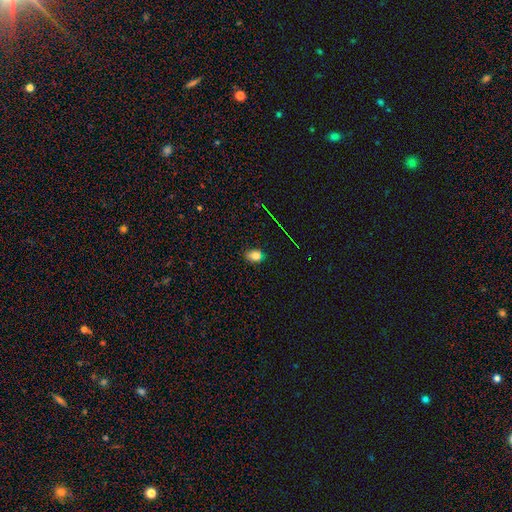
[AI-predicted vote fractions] This is likely a smooth galaxy (76%). How rounded: likely in between (76%). Merging: likely none (78%).